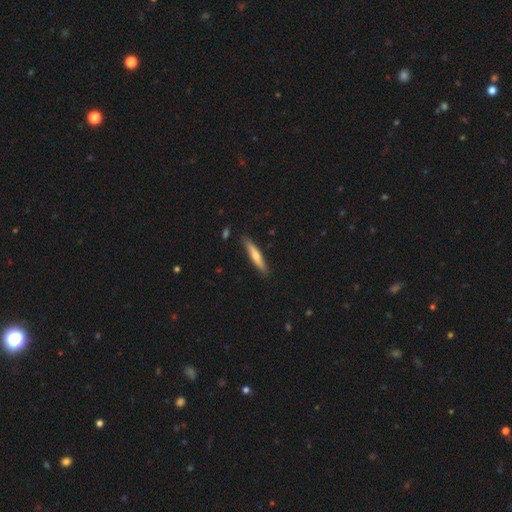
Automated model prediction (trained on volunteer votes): Smooth or featured?
  - smooth: 58% *
  - featured or disk: 36%
  - star or artifact: 5%
How rounded?
  - cigar-shaped: 89% *
  - in between: 9%
  - round: 1%
Merging?
  - none: 86% *
  - minor disturbance: 11%
  - merger: 2%
  - major disturbance: 2%